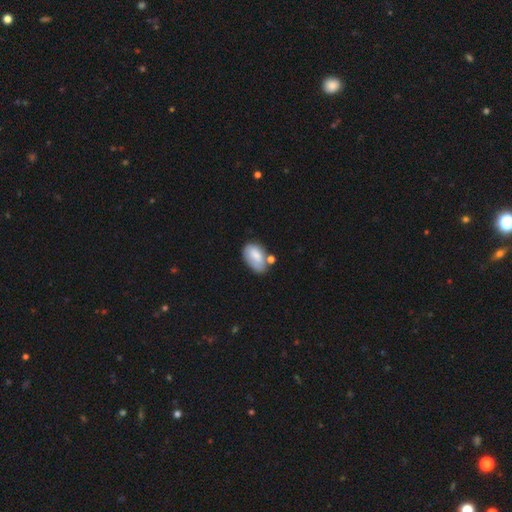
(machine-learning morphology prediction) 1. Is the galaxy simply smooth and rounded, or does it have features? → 75% smooth, 18% featured or disk, 7% star or artifact.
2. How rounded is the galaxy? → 92% in between, 6% round, 2% cigar-shaped.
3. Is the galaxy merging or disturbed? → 44% none, 28% minor disturbance, 18% merger, 9% major disturbance.